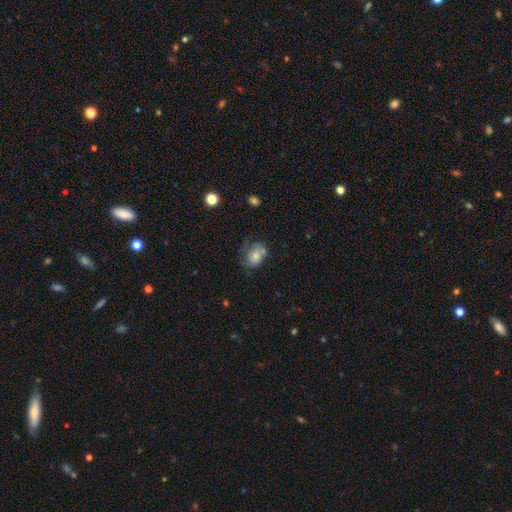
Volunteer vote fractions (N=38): smooth_or_featured: smooth (p=0.61) [alt: featured or disk p=0.32]
how_rounded: in between (p=0.78) [alt: round p=0.22]
merging: minor disturbance (p=0.37) [alt: major disturbance p=0.29]